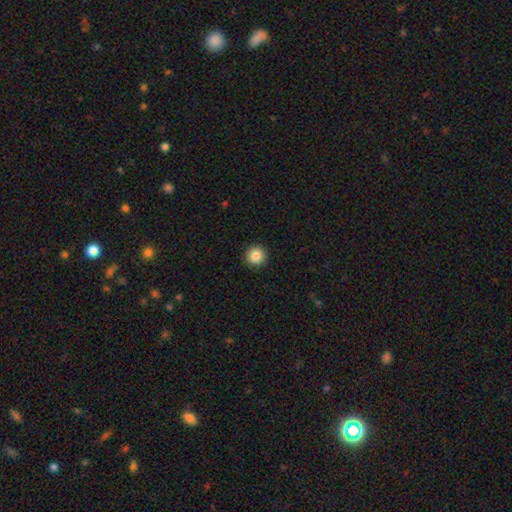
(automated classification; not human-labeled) A smooth galaxy with no disk features (87%) that is round (95%). Merging: none (92%).